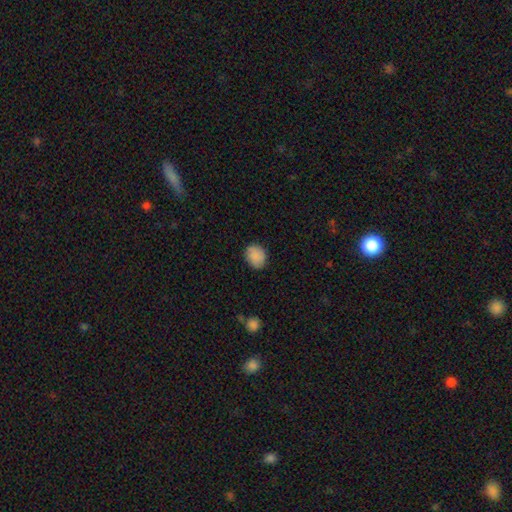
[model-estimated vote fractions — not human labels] smooth_or_featured: smooth (p=0.88) [alt: star or artifact p=0.07]
how_rounded: round (p=0.55) [alt: in between p=0.44]
merging: none (p=0.85) [alt: minor disturbance p=0.11]